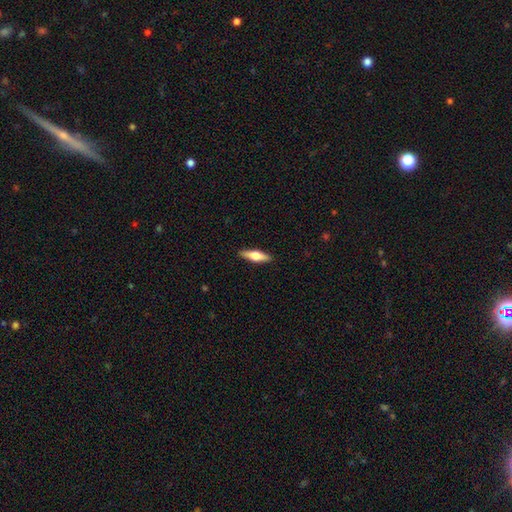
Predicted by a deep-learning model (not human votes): A smooth galaxy with no disk features (53%) that is cigar-shaped (60%). Merging: none (91%).